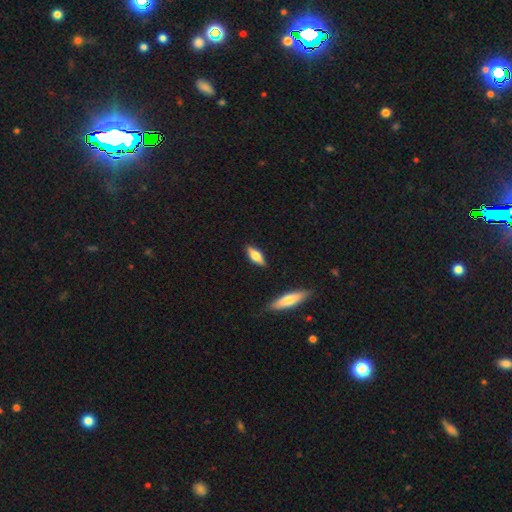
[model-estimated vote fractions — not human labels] Smooth or featured: smooth — 57% (featured or disk — 36%)
How rounded: in between — 57% (cigar-shaped — 41%)
Merging: none — 86% (minor disturbance — 10%)